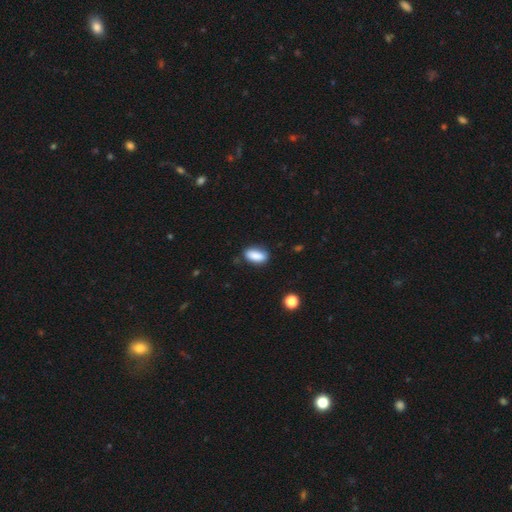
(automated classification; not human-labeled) Q: Smooth or featured?
A: smooth (87%); runner-up: star or artifact (8%)
Q: How rounded?
A: in between (86%); runner-up: cigar-shaped (10%)
Q: Merging?
A: none (79%); runner-up: minor disturbance (16%)